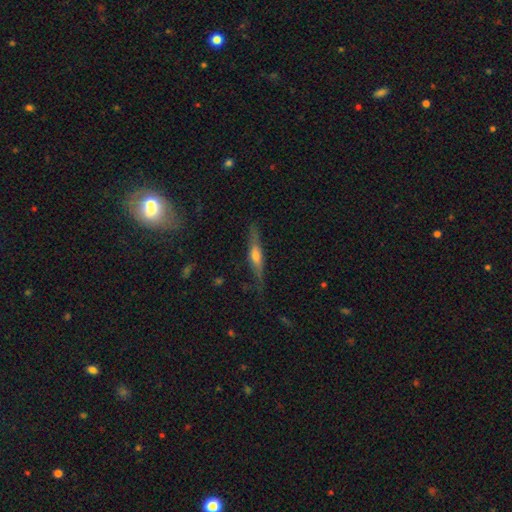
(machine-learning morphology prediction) A featured or disk galaxy (59%) viewed edge-on (93%) with a rounded central bulge (77%). Merging: none (78%).